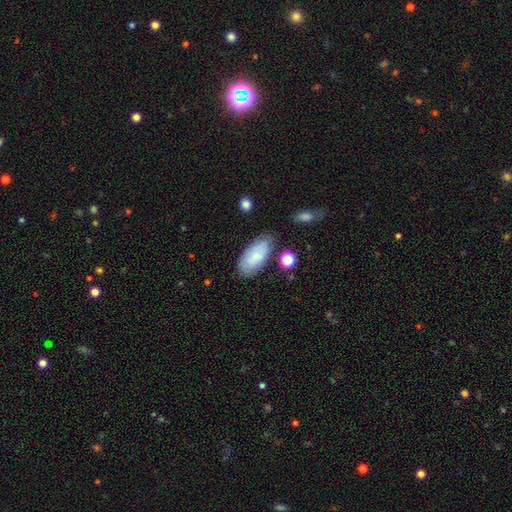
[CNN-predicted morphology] type=smooth (75%); roundness=in between (91%); merging=none (72%).